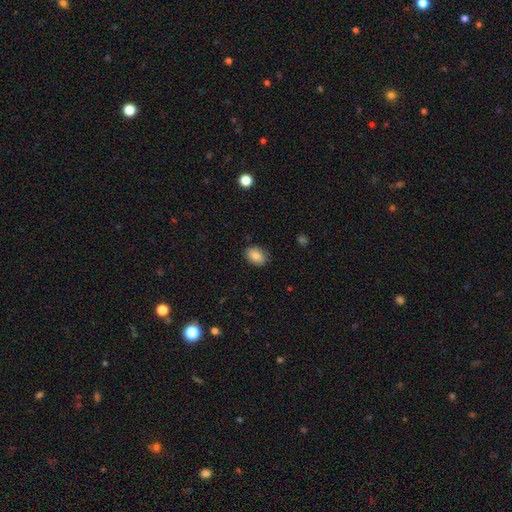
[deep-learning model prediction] The model was most divided on "how rounded": in between: 82%, round: 16%, cigar-shaped: 1%. More confident: smooth or featured — smooth (85%); merging — none (83%).